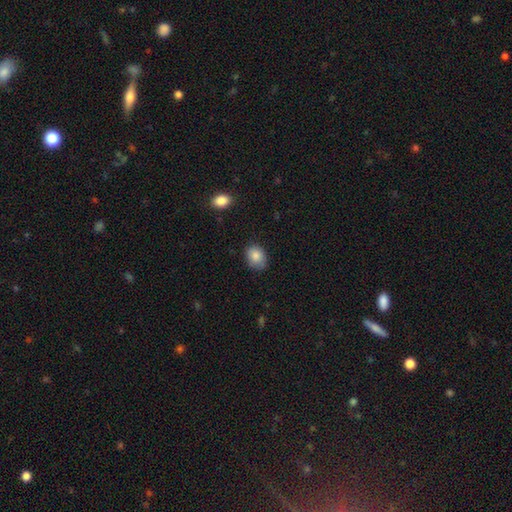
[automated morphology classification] Smooth or featured? smooth (85%)
How rounded? in between (60%)
Merging? none (75%)